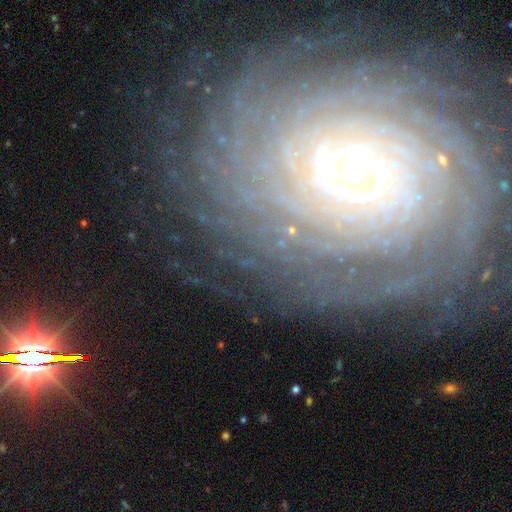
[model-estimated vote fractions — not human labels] Smooth or featured? featured or disk (86%)
Edge-on disk? no (97%)
Bar? no (60%)
Spiral arms? yes (97%)
Spiral winding? tight (89%)
Spiral arm count? more than 4 (38%)
Bulge size? small (59%)
Merging? none (82%)